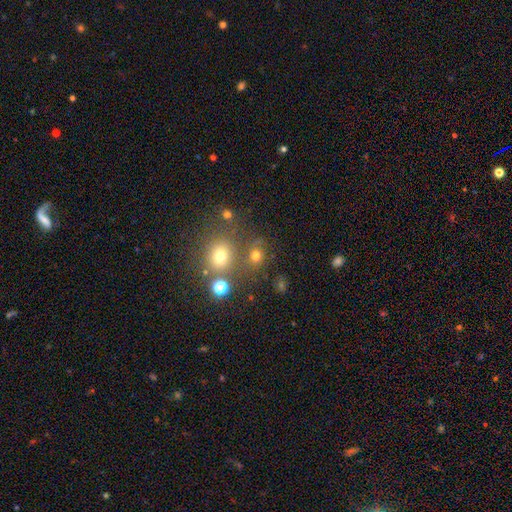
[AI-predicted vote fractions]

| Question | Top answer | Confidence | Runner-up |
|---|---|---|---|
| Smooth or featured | smooth | 70% | star or artifact (22%) |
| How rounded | round | 77% | in between (21%) |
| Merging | none | 68% | merger (16%) |